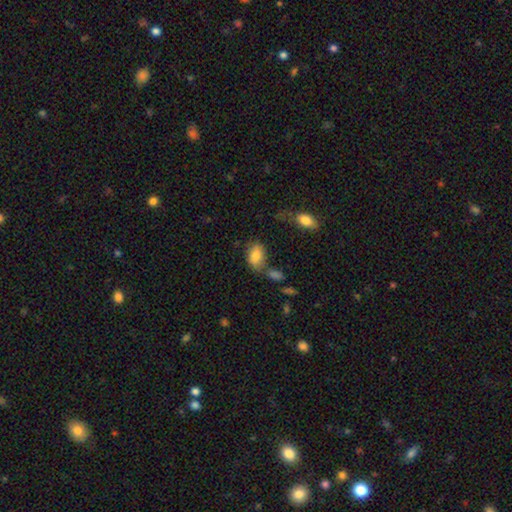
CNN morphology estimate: This appears to be a smooth galaxy with no disk features (81%) that is in between round and cigar-shaped (88%). Merging: none (56%).